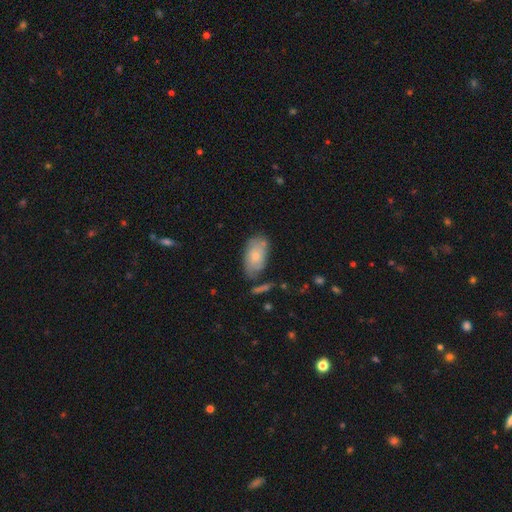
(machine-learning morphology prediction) This is likely a smooth galaxy (66%). How rounded: clearly in between (93%). Merging: likely none (62%).